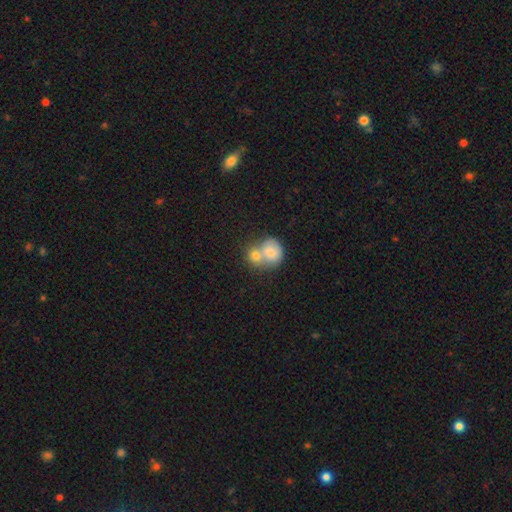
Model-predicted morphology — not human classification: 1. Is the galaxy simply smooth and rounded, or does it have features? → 77% smooth, 15% featured or disk, 8% star or artifact.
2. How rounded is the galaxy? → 75% round, 24% in between, 1% cigar-shaped.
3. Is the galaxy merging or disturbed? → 66% merger, 24% none, 6% minor disturbance, 3% major disturbance.